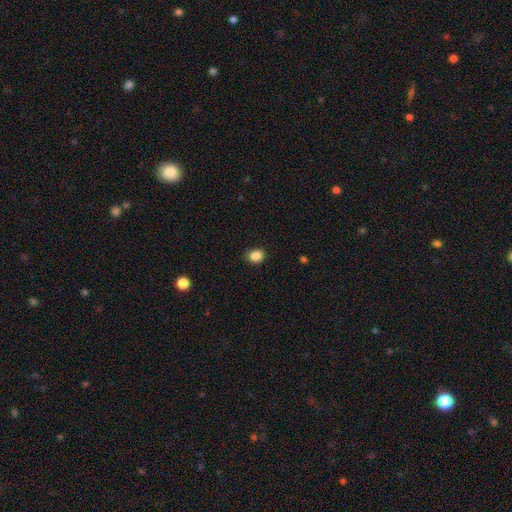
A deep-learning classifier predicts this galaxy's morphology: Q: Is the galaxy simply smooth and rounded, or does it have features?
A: smooth — 86%.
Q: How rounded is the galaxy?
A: round — 60%.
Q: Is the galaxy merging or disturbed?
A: none — 84%.